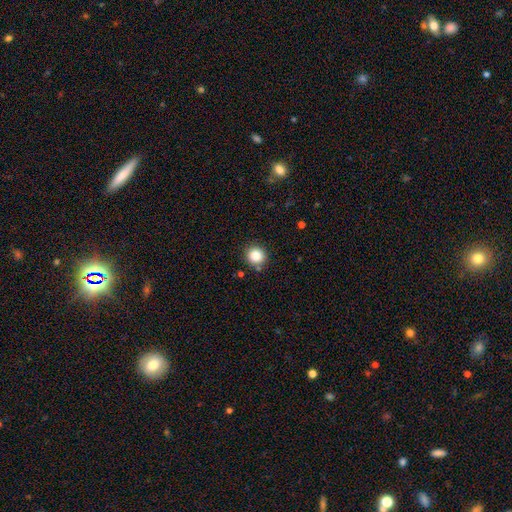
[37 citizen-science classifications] This is clearly a smooth galaxy (92%). How rounded: clearly round (91%). Merging: clearly none (83%).